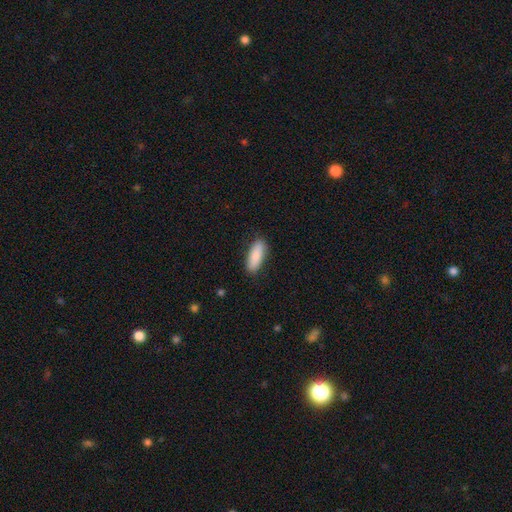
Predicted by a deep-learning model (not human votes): This is clearly a smooth galaxy (88%). How rounded: likely in between (65%). Merging: clearly none (87%).